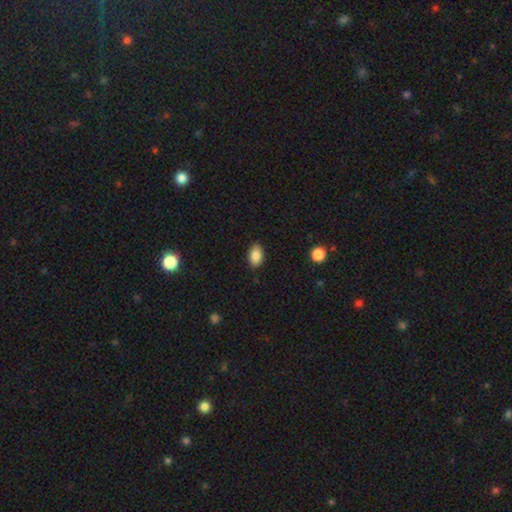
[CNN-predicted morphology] This appears to be a smooth galaxy with no disk features (86%) that is in between round and cigar-shaped (91%). Merging: none (87%).